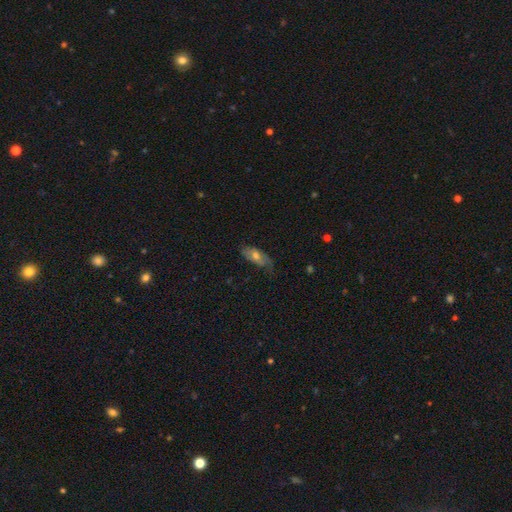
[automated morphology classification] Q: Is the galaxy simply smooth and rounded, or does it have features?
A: smooth — 47%.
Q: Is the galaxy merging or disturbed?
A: none — 56%.